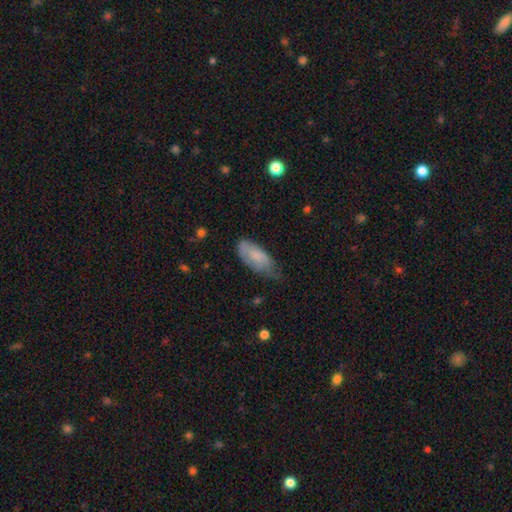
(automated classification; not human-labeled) Overall: smooth (75%). How rounded: in between (85%). Merging: none (46%; minor disturbance 41%).